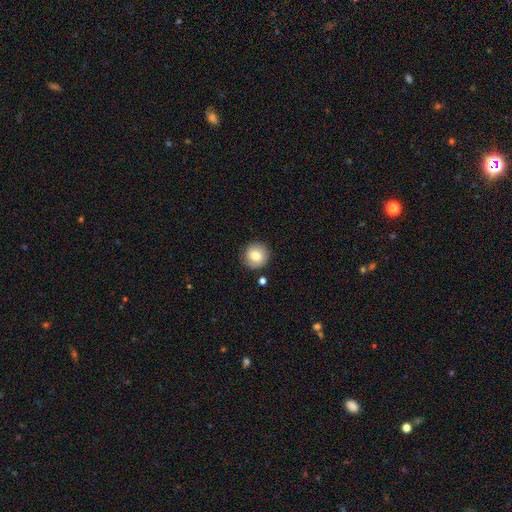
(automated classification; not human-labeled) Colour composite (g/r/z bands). It shows a smooth galaxy with no disk features (79%) that is round (94%). Merging: none (86%).